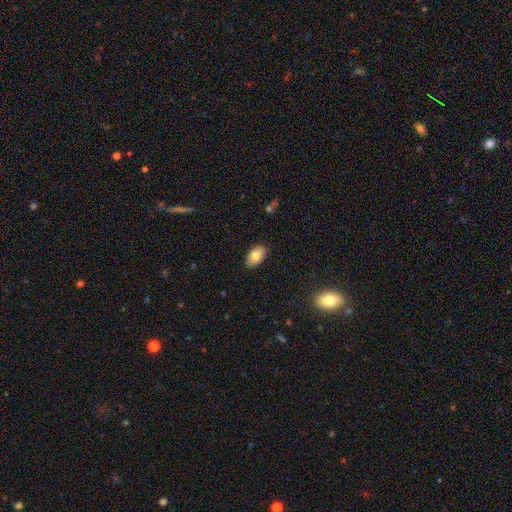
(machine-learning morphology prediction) A smooth galaxy with no disk features (81%) that is in between round and cigar-shaped (94%). Merging: none (87%).